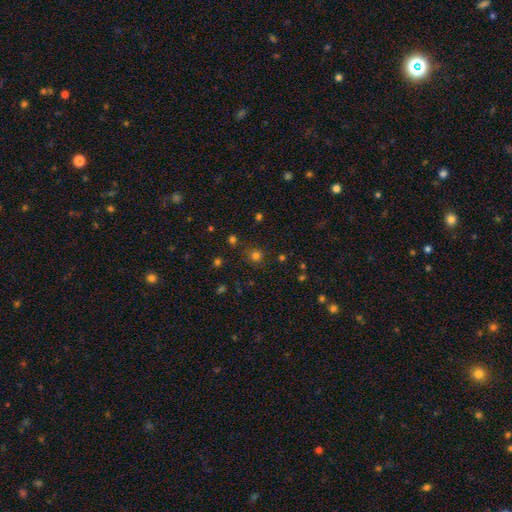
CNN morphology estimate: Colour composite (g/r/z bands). It shows a smooth galaxy with no disk features (73%) that is round (91%). Merging: none (85%).